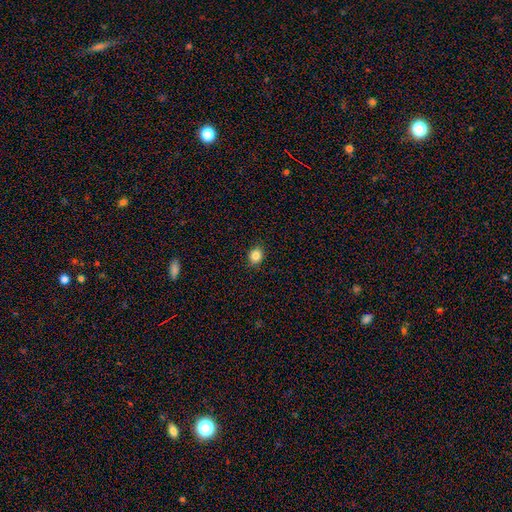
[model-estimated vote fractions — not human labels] A smooth galaxy with no disk features (84%) that is round (65%).

Vote fractions:
- Smooth or featured? smooth: 84% / star or artifact: 11% / featured or disk: 5%
- How rounded? round: 65% / in between: 34% / cigar-shaped: 1%
- Merging? none: 89% / minor disturbance: 8% / major disturbance: 2% / merger: 1%